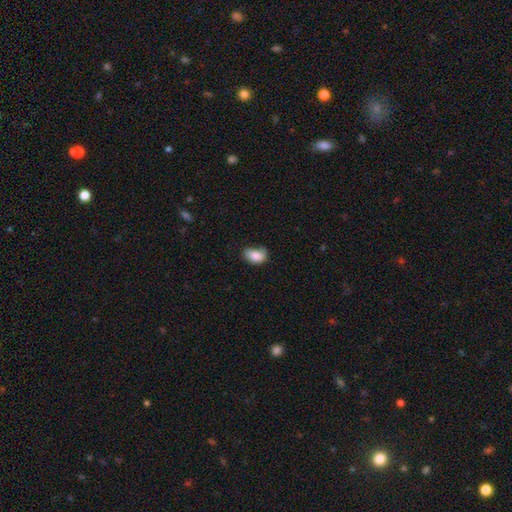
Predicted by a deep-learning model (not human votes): Smooth or featured: smooth — 84% (featured or disk — 8%)
How rounded: in between — 85% (round — 14%)
Merging: none — 45% (minor disturbance — 40%)